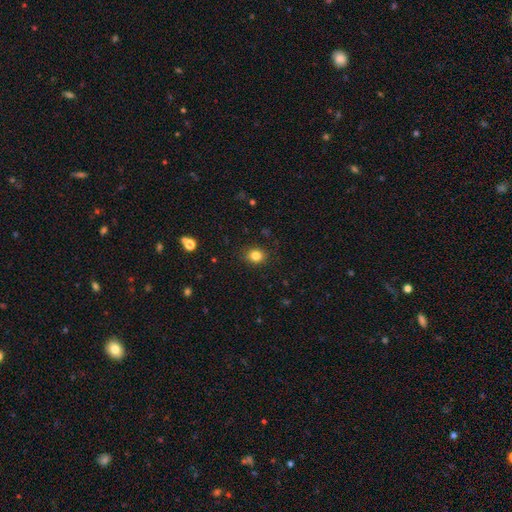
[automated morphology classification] type=smooth (83%); roundness=round (64%); merging=none (87%).